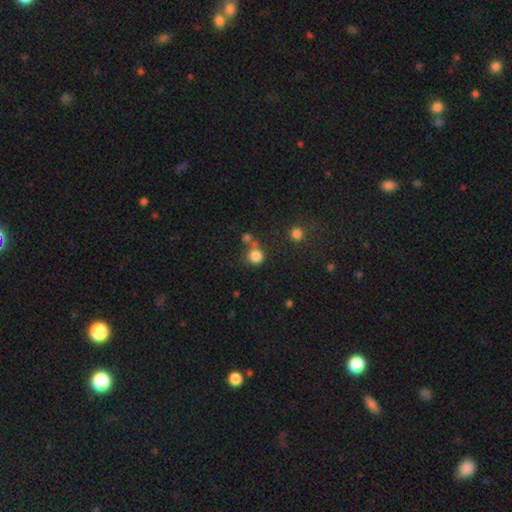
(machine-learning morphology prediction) Overall: smooth (81%). How rounded: round (89%). Merging: none (58%; merger 24%).